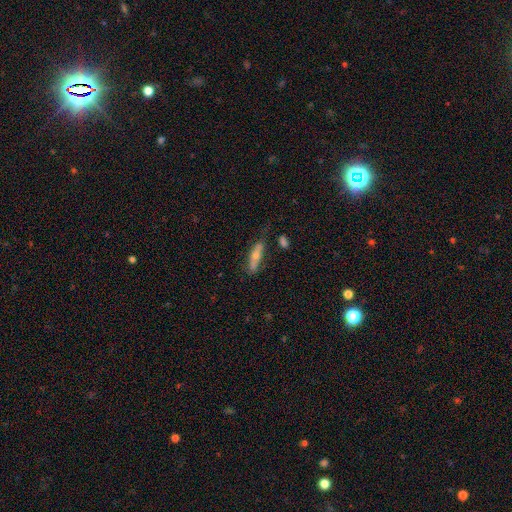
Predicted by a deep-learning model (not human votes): This is possibly a smooth galaxy (59%). How rounded: likely cigar-shaped (65%). Merging: likely none (64%).